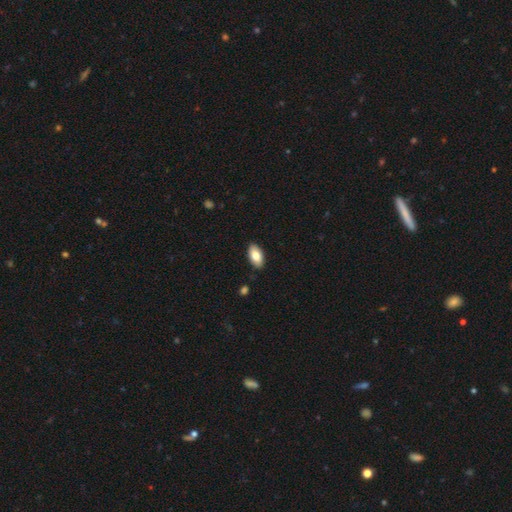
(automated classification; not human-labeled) A smooth galaxy with no disk features (81%) that is in between round and cigar-shaped (94%). Merging: none (87%).